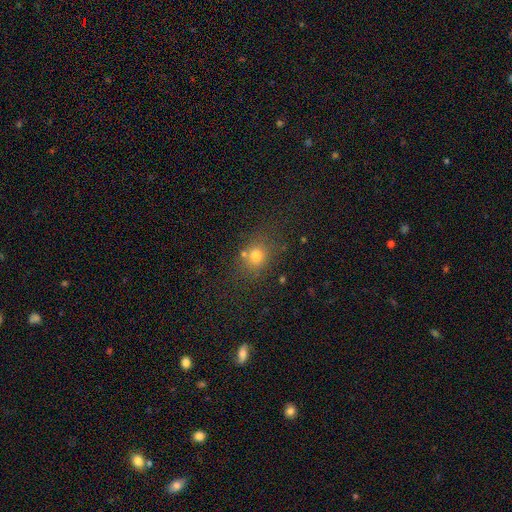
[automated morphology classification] Q: Smooth or featured?
A: smooth (73%); runner-up: star or artifact (17%)
Q: How rounded?
A: round (67%); runner-up: in between (32%)
Q: Merging?
A: none (68%); runner-up: minor disturbance (14%)